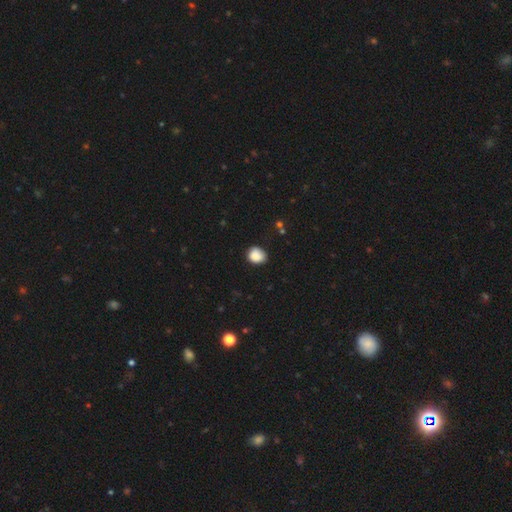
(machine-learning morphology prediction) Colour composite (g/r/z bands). It shows a smooth galaxy with no disk features (87%) that is round (69%). Merging: none (75%).